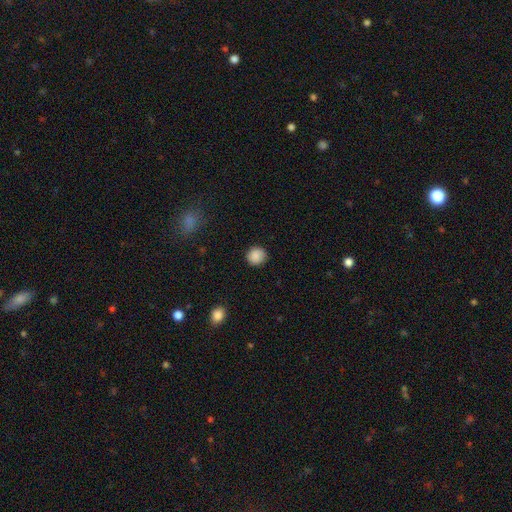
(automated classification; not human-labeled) Overall: smooth (88%). How rounded: round (89%). Merging: none (90%).